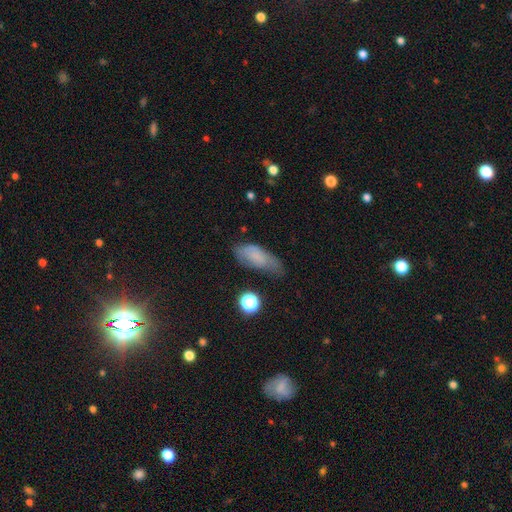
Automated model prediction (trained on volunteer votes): smooth-or-featured: smooth: 71% | featured or disk: 18% | star or artifact: 11%
  how-rounded: in between: 82% | cigar-shaped: 14% | round: 4%
  merging: none: 48% | minor disturbance: 35% | major disturbance: 14% | merger: 3%